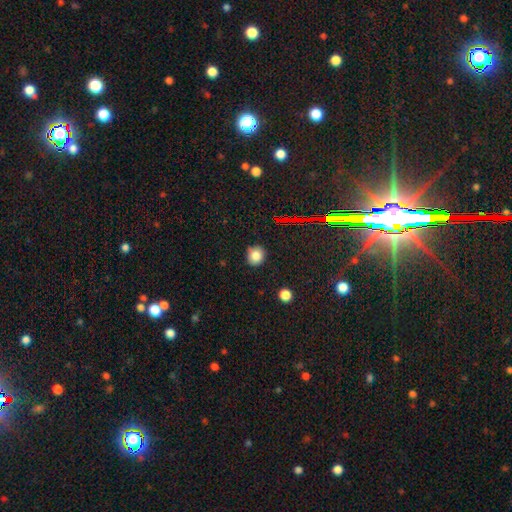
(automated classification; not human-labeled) Smooth or featured?
  - smooth: 81% *
  - star or artifact: 12%
  - featured or disk: 6%
How rounded?
  - round: 81% *
  - in between: 17%
  - cigar-shaped: 1%
Merging?
  - none: 84% *
  - minor disturbance: 11%
  - major disturbance: 3%
  - merger: 2%